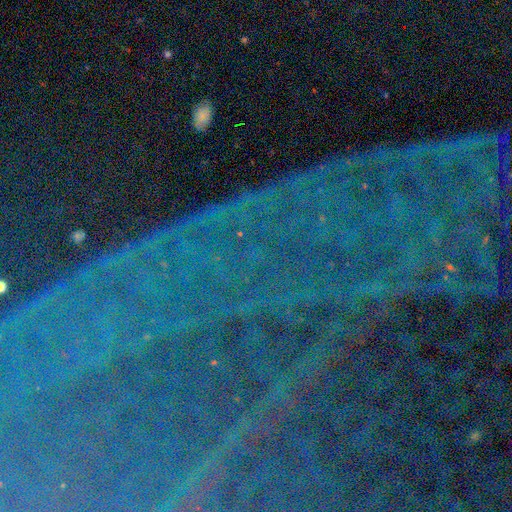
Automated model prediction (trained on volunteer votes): This is clearly a star or artifact rather than a galaxy (85%).